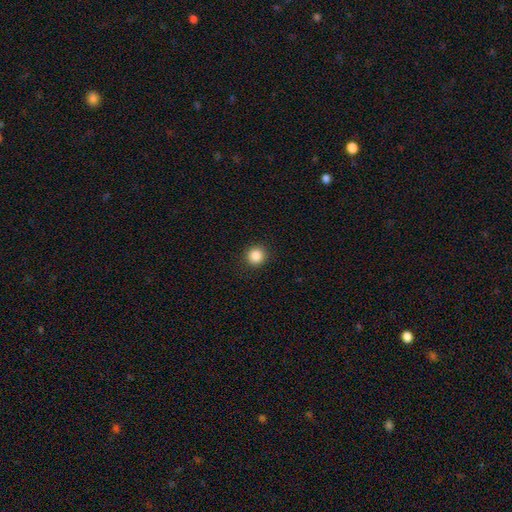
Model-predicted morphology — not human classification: smooth 87%, star or artifact 10%, featured or disk 3%. Down the decision tree: how rounded — round (91%); merging — none (91%).